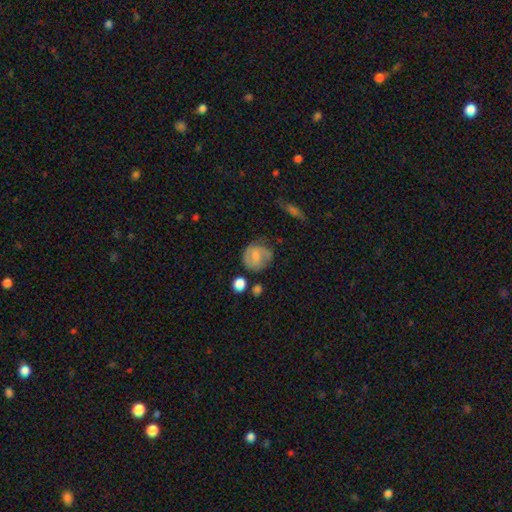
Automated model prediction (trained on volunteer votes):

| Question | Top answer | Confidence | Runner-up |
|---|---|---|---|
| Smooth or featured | smooth | 49% | featured or disk (43%) |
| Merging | none | 60% | minor disturbance (24%) |